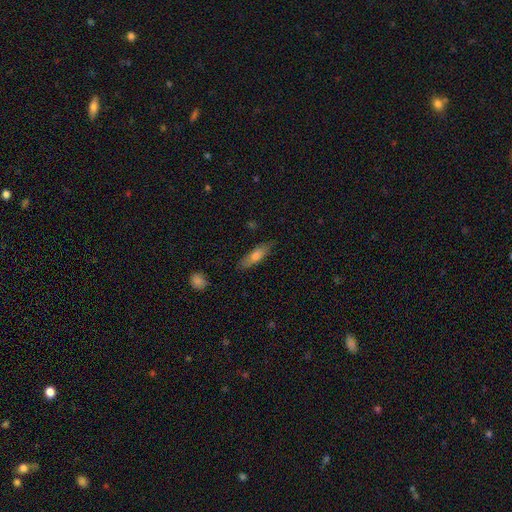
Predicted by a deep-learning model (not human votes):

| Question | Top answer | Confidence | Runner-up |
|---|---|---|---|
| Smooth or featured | smooth | 70% | featured or disk (24%) |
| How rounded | cigar-shaped | 51% | in between (46%) |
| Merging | none | 82% | minor disturbance (14%) |